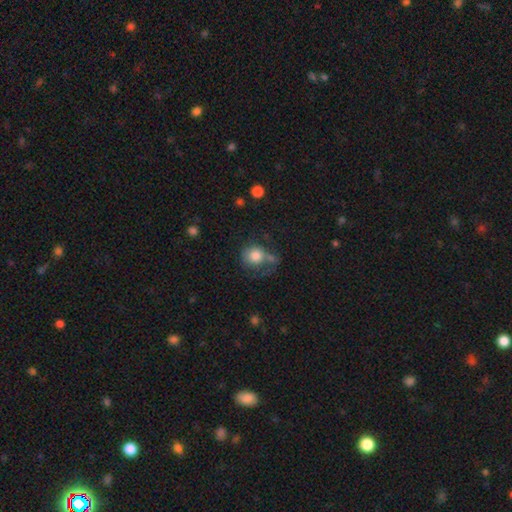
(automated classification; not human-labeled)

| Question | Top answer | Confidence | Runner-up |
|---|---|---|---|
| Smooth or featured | smooth | 79% | featured or disk (12%) |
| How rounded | round | 79% | in between (20%) |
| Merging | none | 38% | major disturbance (23%) |